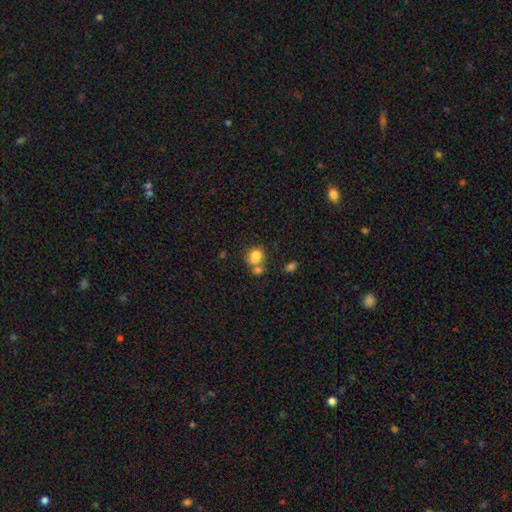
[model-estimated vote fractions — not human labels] Morphology: type=smooth (78%); roundness=round (59%); merging=merger (42%).